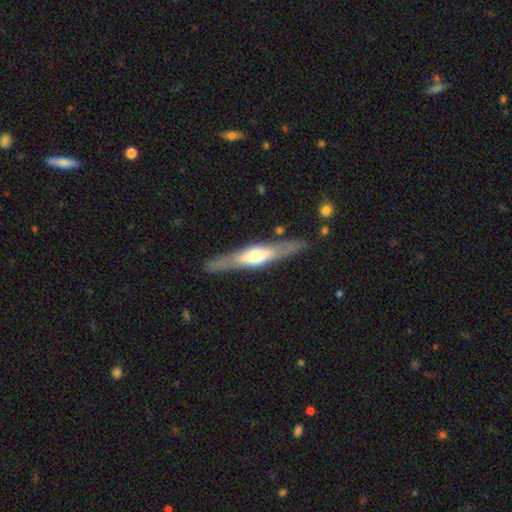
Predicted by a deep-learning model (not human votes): Morphology: type=featured or disk (61%); edge-on=yes (89%); edge-on bulge=rounded (86%); merging=none (84%).